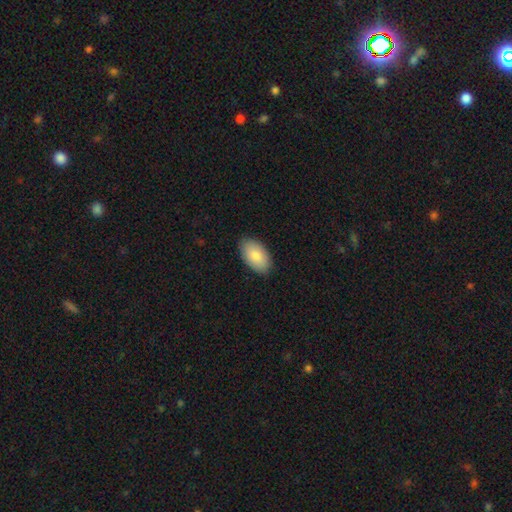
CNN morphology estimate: Smooth or featured? Predicted: smooth (p=0.86). How rounded? Predicted: in between (p=0.95). Merging? Predicted: none (p=0.87).